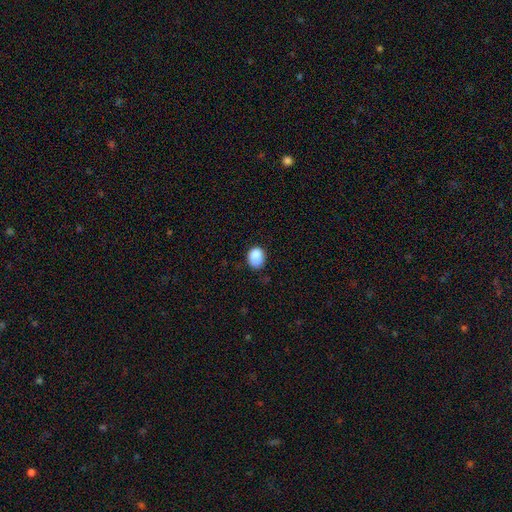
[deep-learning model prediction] Morphology: type=smooth (86%); roundness=in between (54%); merging=none (62%).